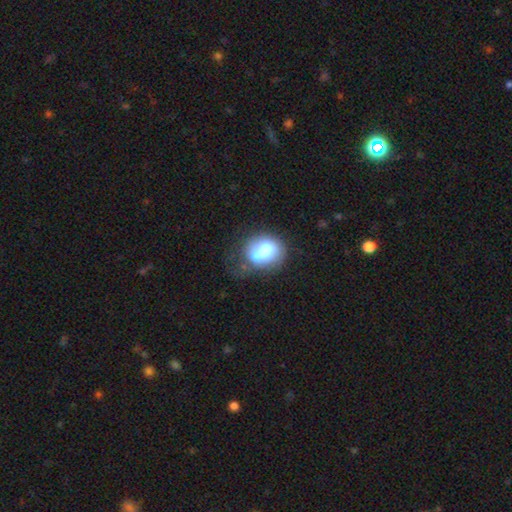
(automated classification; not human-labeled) Smooth or featured: smooth — 62% (featured or disk — 29%)
How rounded: round — 55% (in between — 44%)
Merging: merger — 36% (none — 28%)